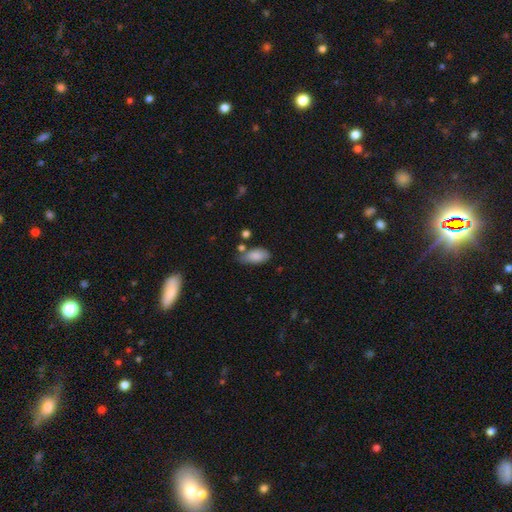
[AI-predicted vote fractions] Q: Smooth or featured?
A: smooth (84%); runner-up: featured or disk (9%)
Q: How rounded?
A: in between (92%); runner-up: cigar-shaped (5%)
Q: Merging?
A: none (54%); runner-up: minor disturbance (30%)